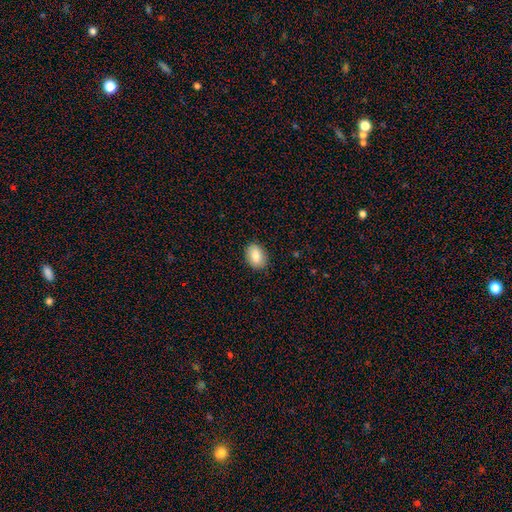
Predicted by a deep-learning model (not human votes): Morphology: type=smooth (84%); roundness=in between (77%); merging=none (88%).